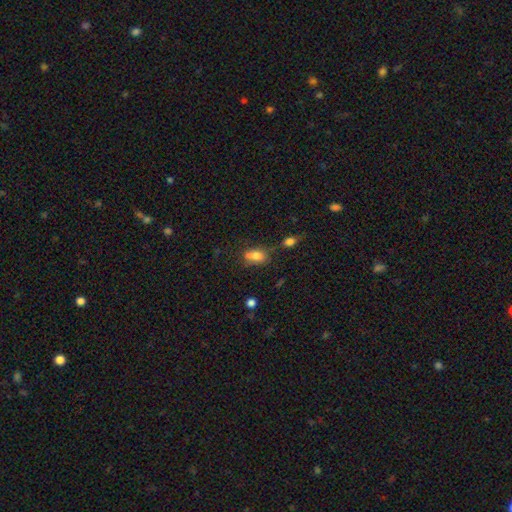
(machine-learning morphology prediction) This appears to be a smooth galaxy with no disk features (78%) that is in between round and cigar-shaped (83%). Merging: none (50%).